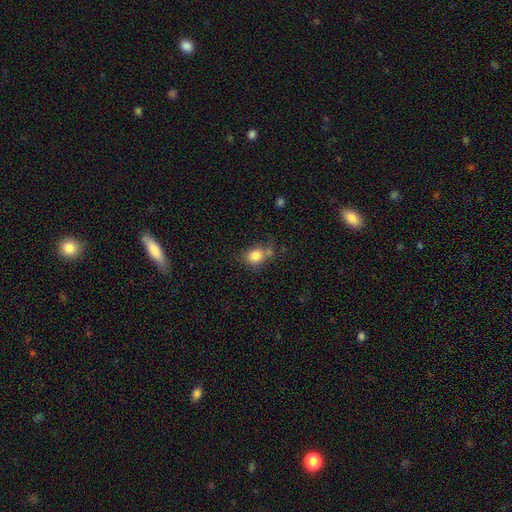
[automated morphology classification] smooth_or_featured: smooth (p=0.82) [alt: star or artifact p=0.10]
how_rounded: round (p=0.63) [alt: in between p=0.36]
merging: none (p=0.56) [alt: minor disturbance p=0.20]